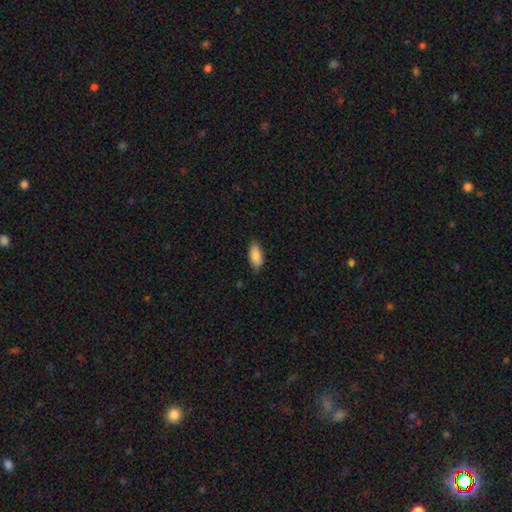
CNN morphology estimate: Smooth or featured? Predicted: smooth (p=0.87). How rounded? Predicted: in between (p=0.87). Merging? Predicted: none (p=0.81).